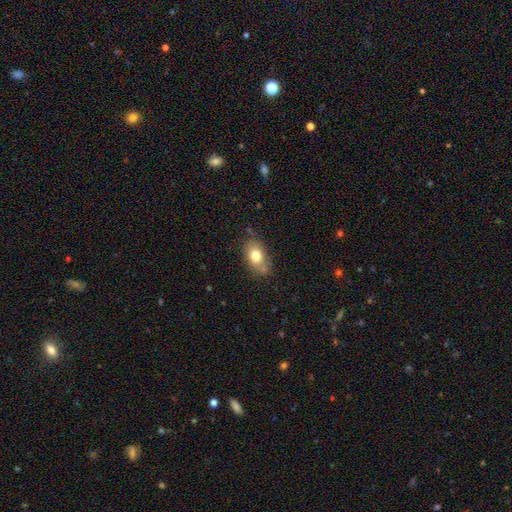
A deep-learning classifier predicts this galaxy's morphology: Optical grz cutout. It shows a smooth galaxy with no disk features (77%) that is in between round and cigar-shaped (81%). Merging: none (70%).